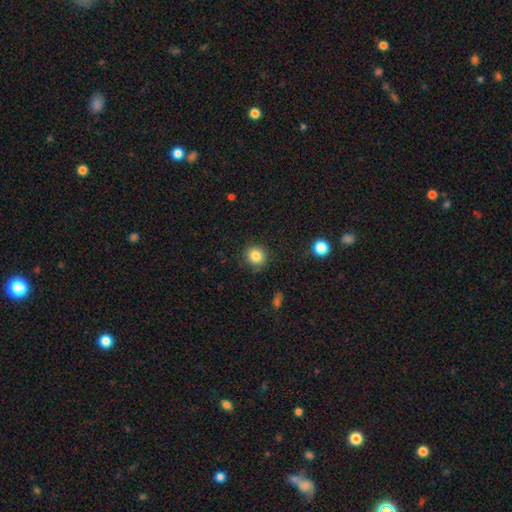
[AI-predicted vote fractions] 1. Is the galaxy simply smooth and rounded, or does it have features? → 84% smooth, 11% star or artifact, 5% featured or disk.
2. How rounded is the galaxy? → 90% round, 9% in between, 1% cigar-shaped.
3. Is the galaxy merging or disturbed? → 87% none, 9% minor disturbance, 3% major disturbance, 1% merger.